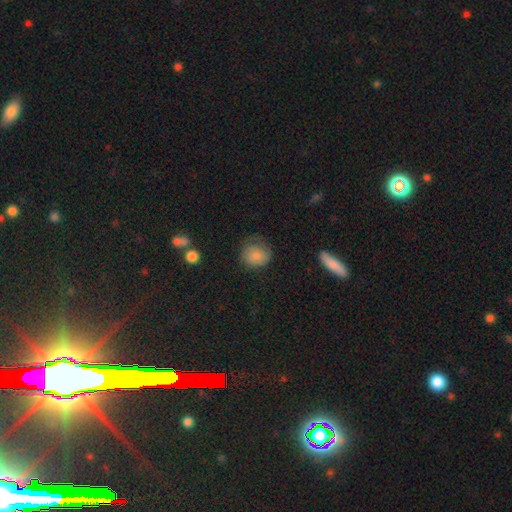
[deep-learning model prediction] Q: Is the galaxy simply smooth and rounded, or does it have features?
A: smooth — 71%.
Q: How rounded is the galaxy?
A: round — 66%.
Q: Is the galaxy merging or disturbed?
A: none — 53%.